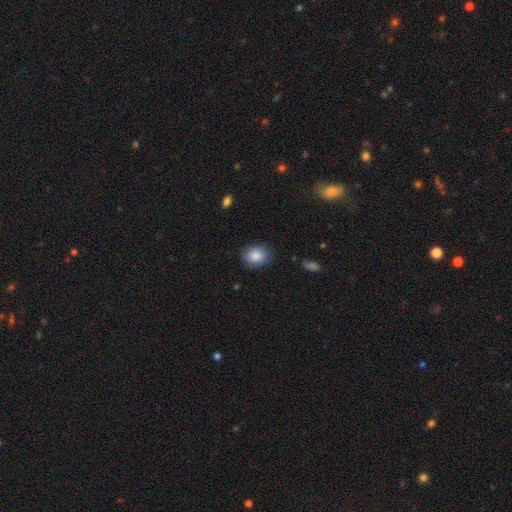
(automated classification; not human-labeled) Smooth or featured? Predicted: smooth (p=0.87). How rounded? Predicted: round (p=0.56). Merging? Predicted: none (p=0.82).